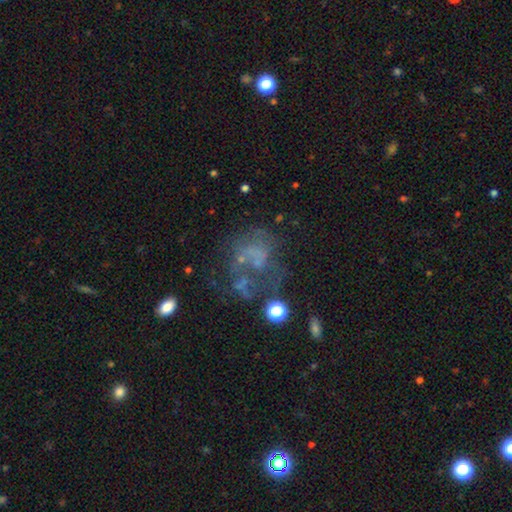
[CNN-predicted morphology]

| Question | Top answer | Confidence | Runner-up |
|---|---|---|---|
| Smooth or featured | featured or disk | 52% | smooth (26%) |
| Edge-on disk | no | 98% | yes (2%) |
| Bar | no | 89% | weak (8%) |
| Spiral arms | no | 83% | yes (17%) |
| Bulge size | none | 75% | small (14%) |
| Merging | none | 35% | tied: major disturbance (35%) |